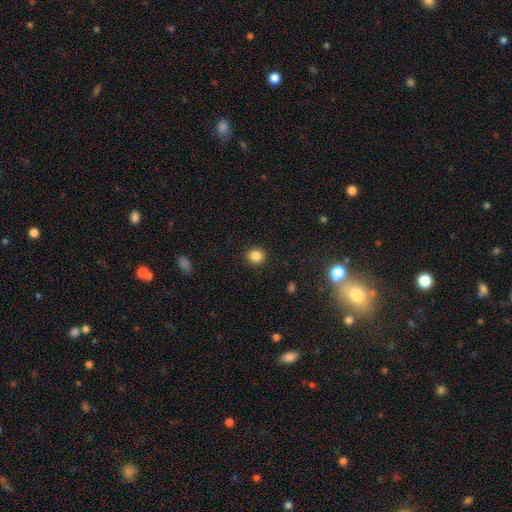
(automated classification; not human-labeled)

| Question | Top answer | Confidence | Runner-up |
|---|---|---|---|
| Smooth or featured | smooth | 85% | star or artifact (11%) |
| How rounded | round | 87% | in between (12%) |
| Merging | none | 91% | minor disturbance (6%) |